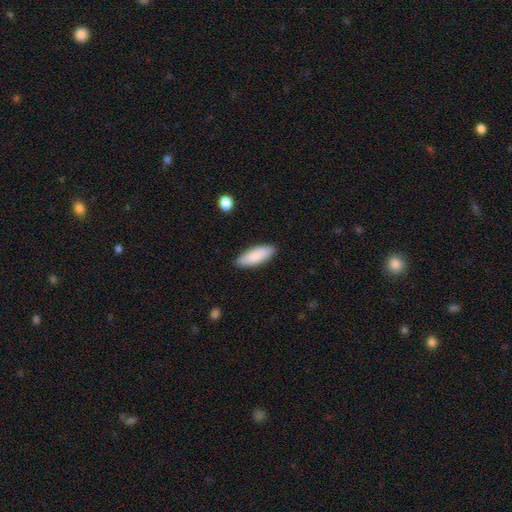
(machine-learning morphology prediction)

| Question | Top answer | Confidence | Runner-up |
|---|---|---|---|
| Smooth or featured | smooth | 87% | featured or disk (8%) |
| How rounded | in between | 69% | cigar-shaped (29%) |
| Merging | none | 88% | minor disturbance (9%) |